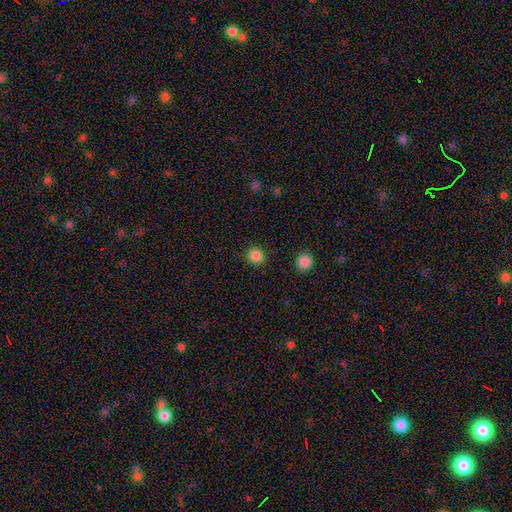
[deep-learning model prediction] A smooth galaxy with no disk features (85%) that is round (87%).

Vote fractions:
- Smooth or featured? smooth: 85% / star or artifact: 12% / featured or disk: 3%
- How rounded? round: 87% / in between: 12% / cigar-shaped: 1%
- Merging? none: 90% / minor disturbance: 6% / major disturbance: 2% / merger: 2%